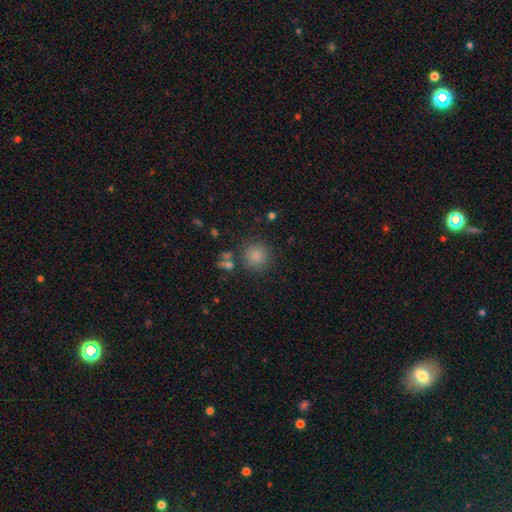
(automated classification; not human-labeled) Smooth or featured?
  - smooth: 83% *
  - star or artifact: 12%
  - featured or disk: 5%
How rounded?
  - round: 92% *
  - in between: 7%
  - cigar-shaped: 1%
Merging?
  - none: 81% *
  - minor disturbance: 10%
  - merger: 6%
  - major disturbance: 4%